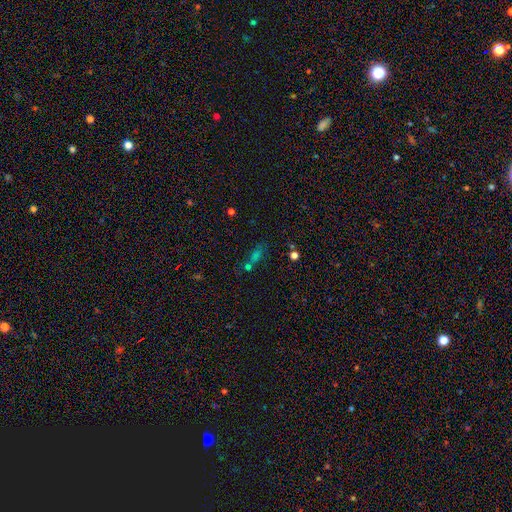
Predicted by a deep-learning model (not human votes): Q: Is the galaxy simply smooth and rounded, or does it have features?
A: smooth — 46%.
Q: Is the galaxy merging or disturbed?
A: none — 56%.